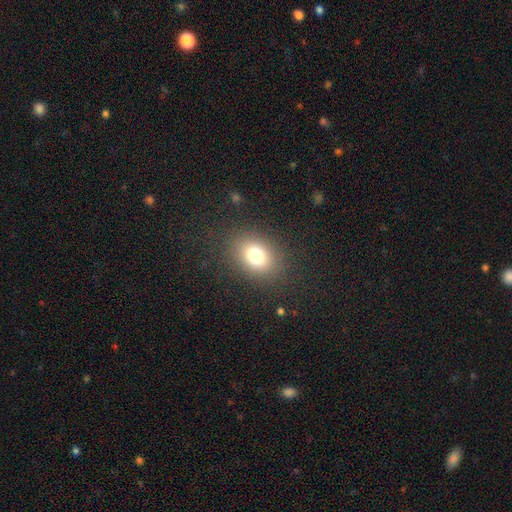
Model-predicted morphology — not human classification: smooth-or-featured: smooth: 77% | star or artifact: 13% | featured or disk: 10%
  how-rounded: in between: 60% | round: 39% | cigar-shaped: 1%
  merging: none: 85% | minor disturbance: 9% | major disturbance: 5% | merger: 1%